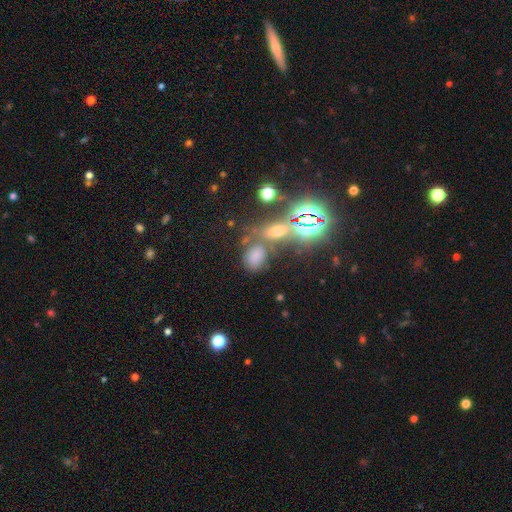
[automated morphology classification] Q: Smooth or featured?
A: smooth (62%); runner-up: star or artifact (27%)
Q: How rounded?
A: in between (76%); runner-up: round (21%)
Q: Merging?
A: none (50%); runner-up: merger (26%)